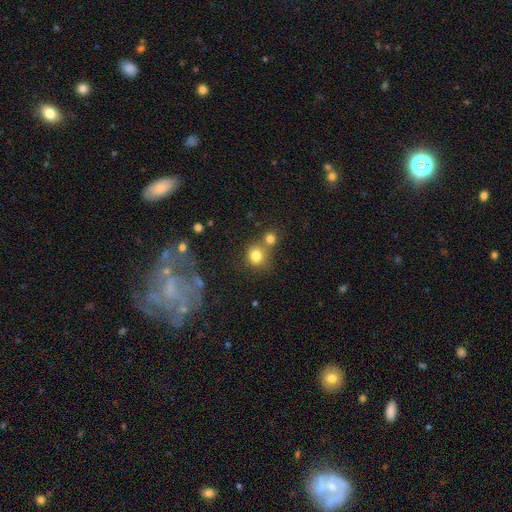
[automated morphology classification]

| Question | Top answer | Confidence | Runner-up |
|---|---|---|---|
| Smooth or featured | smooth | 80% | star or artifact (12%) |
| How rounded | round | 85% | in between (14%) |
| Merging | none | 56% | merger (31%) |